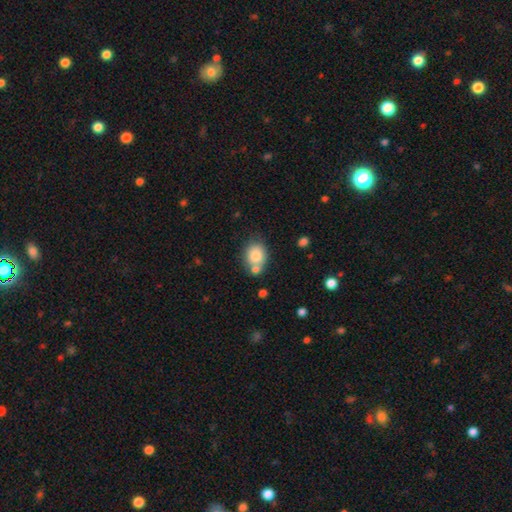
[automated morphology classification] This is clearly a smooth galaxy (82%). How rounded: possibly round (53%). Merging: possibly none (57%).